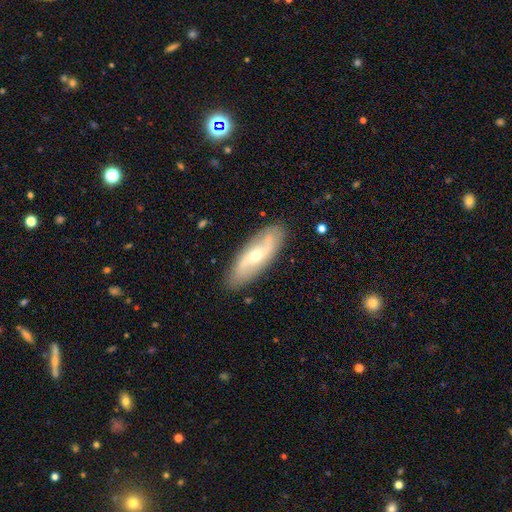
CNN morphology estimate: This is likely a featured or disk galaxy (70%). It is clearly not viewed edge-on (82%). Bar: possibly no (51%). Spiral arm pattern: clearly yes (83%). Central bulge: possibly small (54%). Merging: clearly none (86%).